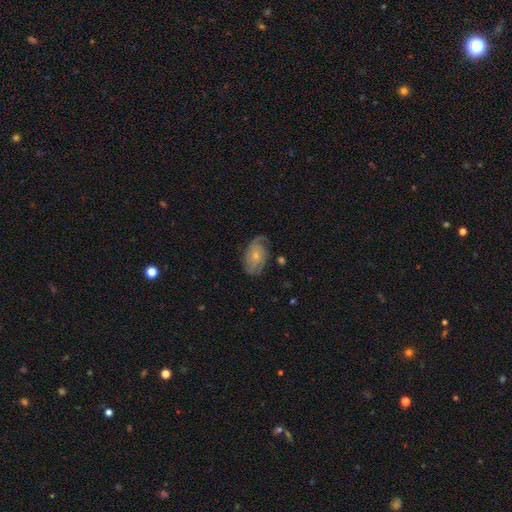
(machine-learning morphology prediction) The model was most divided on "spiral winding": tight: 42%, medium: 39%, loose: 19%. Remaining: edge-on disk — no (96%); spiral arms — yes (91%); bar — no (71%); smooth or featured — featured or disk (71%); merging — none (65%); bulge size — small (60%); spiral arm count — 2 (41%).